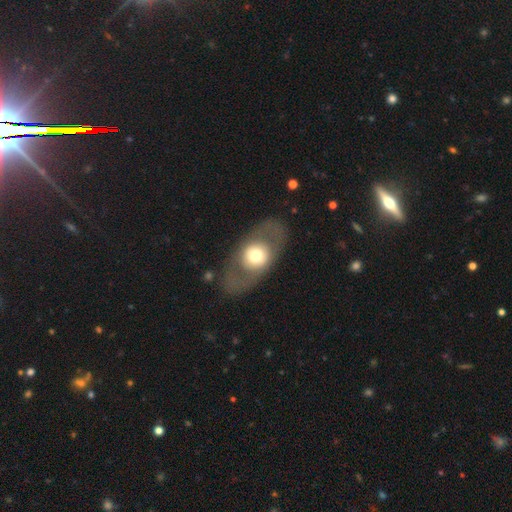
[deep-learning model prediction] Smooth or featured? smooth (49%)
Merging? none (77%)